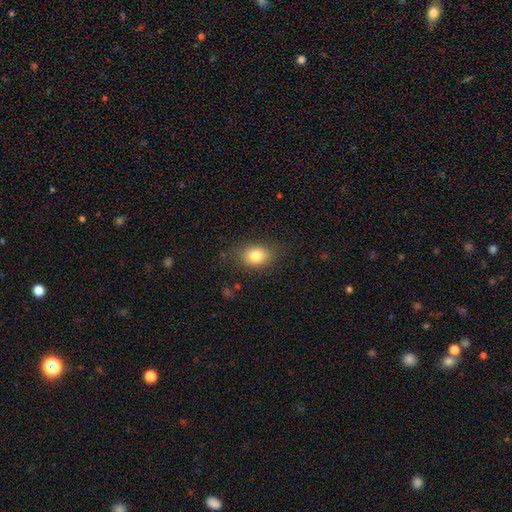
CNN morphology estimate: Smooth or featured: smooth — 81% (star or artifact — 10%)
How rounded: in between — 64% (round — 35%)
Merging: none — 79% (minor disturbance — 15%)